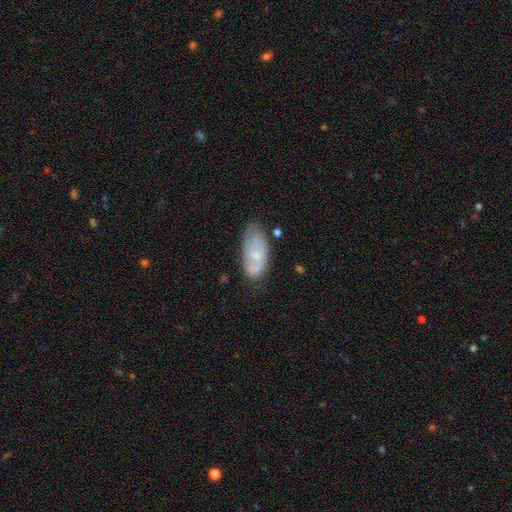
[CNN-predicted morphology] A featured or disk galaxy (50%). Merging: none (56%).